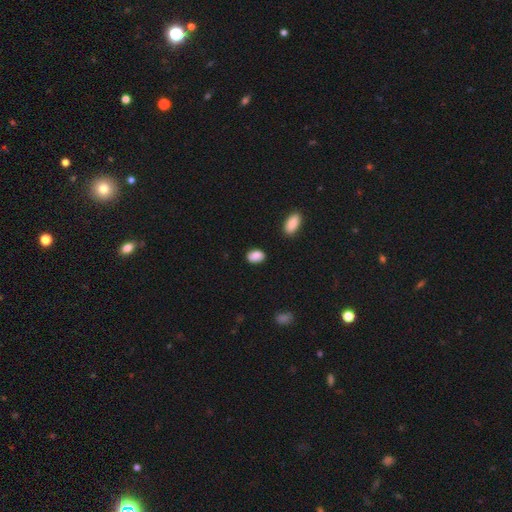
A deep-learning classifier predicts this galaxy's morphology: Q: Smooth or featured?
A: smooth (88%); runner-up: star or artifact (8%)
Q: How rounded?
A: in between (83%); runner-up: round (16%)
Q: Merging?
A: none (83%); runner-up: minor disturbance (12%)